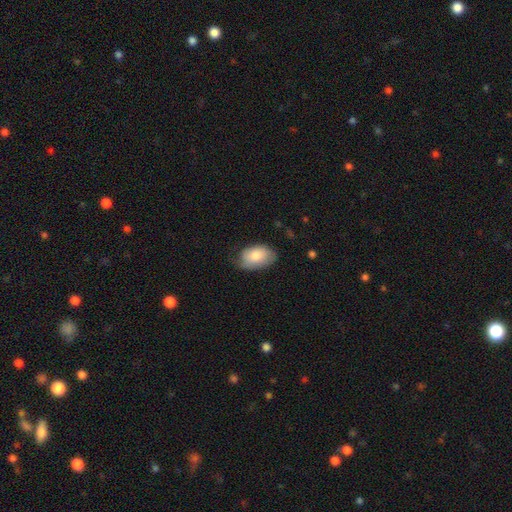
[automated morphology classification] This appears to be a smooth galaxy with no disk features (80%) that is in between round and cigar-shaped (90%). Merging: none (64%).